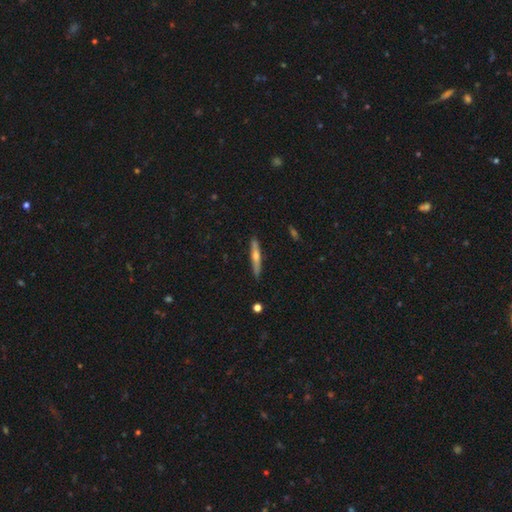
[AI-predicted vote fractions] Smooth or featured? Predicted: featured or disk (p=0.54). Edge-on disk? Predicted: yes (p=0.95). Edge-on bulge? Predicted: rounded (p=0.85). Merging? Predicted: none (p=0.90).